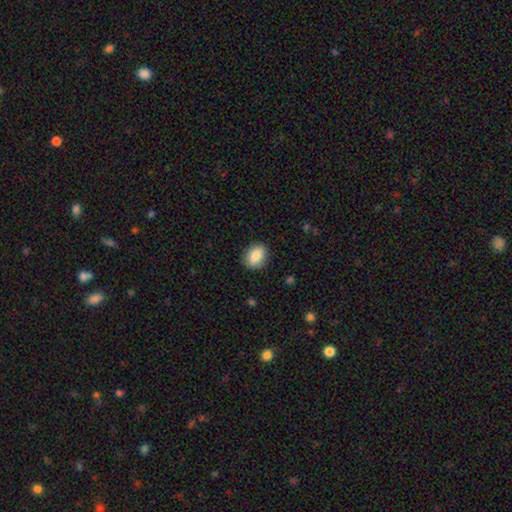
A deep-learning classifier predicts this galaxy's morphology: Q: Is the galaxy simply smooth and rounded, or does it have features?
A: smooth — 84%.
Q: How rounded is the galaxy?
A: in between — 65%.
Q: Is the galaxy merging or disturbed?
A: none — 86%.